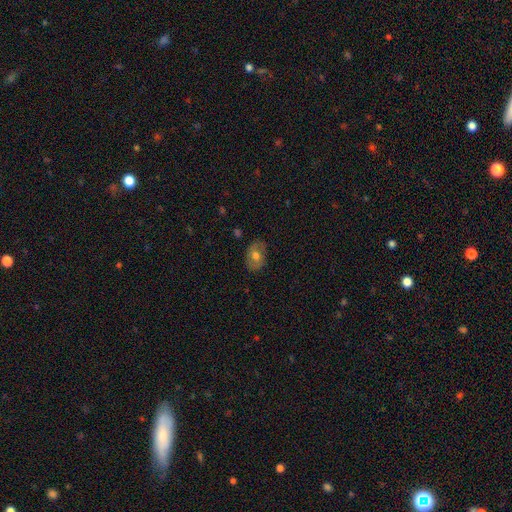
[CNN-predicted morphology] A smooth galaxy with no disk features (59%) that is in between round and cigar-shaped (76%). Merging: none (76%).